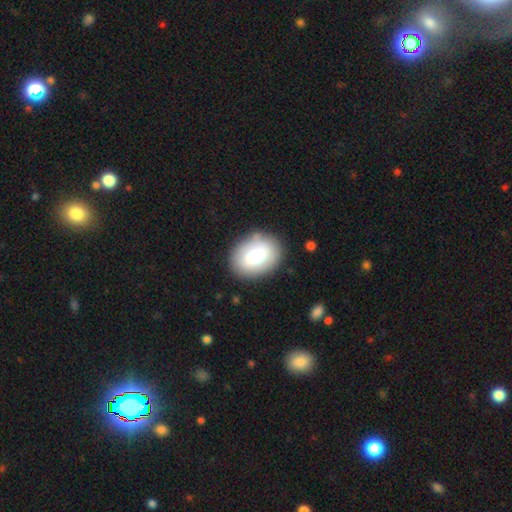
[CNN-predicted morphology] Q: Smooth or featured?
A: smooth (70%); runner-up: featured or disk (22%)
Q: How rounded?
A: in between (65%); runner-up: round (34%)
Q: Merging?
A: none (82%); runner-up: minor disturbance (12%)